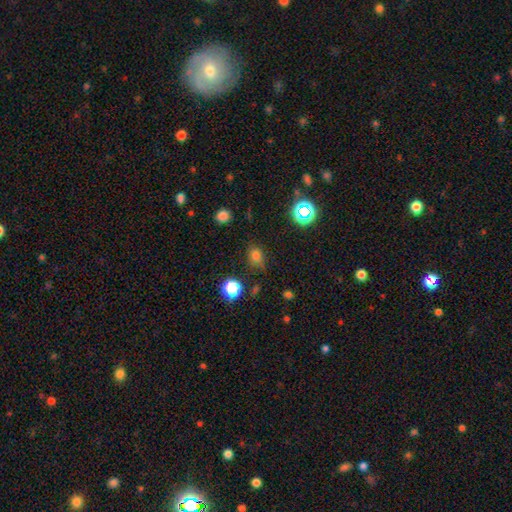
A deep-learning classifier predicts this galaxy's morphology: smooth_or_featured: smooth (p=0.72) [alt: star or artifact p=0.21]
how_rounded: round (p=0.52) [alt: in between p=0.46]
merging: none (p=0.75) [alt: minor disturbance p=0.18]